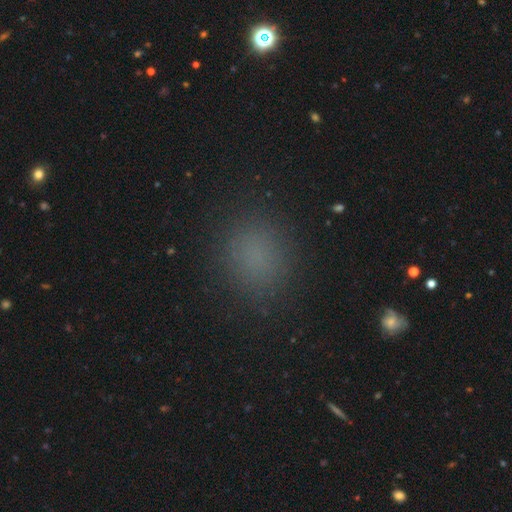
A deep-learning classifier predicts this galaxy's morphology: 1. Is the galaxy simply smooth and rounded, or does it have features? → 76% smooth, 19% star or artifact, 4% featured or disk.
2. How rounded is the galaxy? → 72% round, 26% in between, 1% cigar-shaped.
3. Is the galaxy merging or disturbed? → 88% none, 8% minor disturbance, 3% major disturbance, 1% merger.